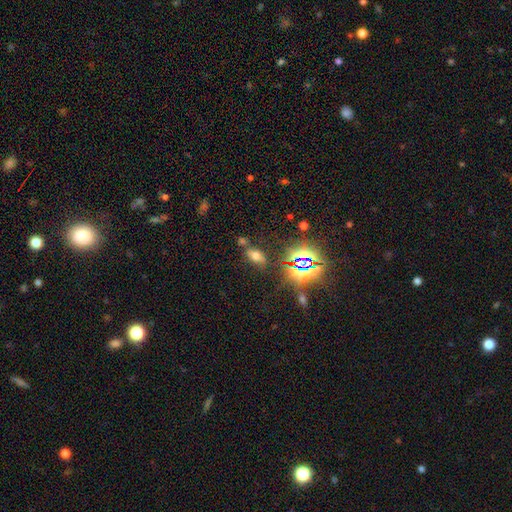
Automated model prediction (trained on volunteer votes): The model was most divided on "smooth or featured": smooth: 53%, star or artifact: 33%, featured or disk: 14%. More confident: how rounded — in between (82%); merging — none (69%).